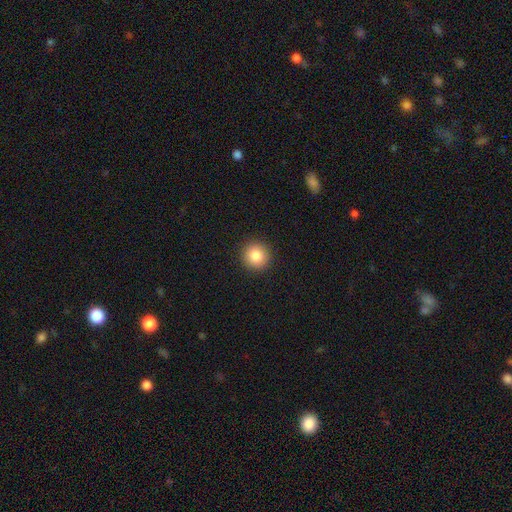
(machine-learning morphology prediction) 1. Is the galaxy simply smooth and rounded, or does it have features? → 83% smooth, 10% star or artifact, 7% featured or disk.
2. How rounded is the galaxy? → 94% round, 5% in between, 1% cigar-shaped.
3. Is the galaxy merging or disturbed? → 92% none, 5% minor disturbance, 2% major disturbance, 1% merger.